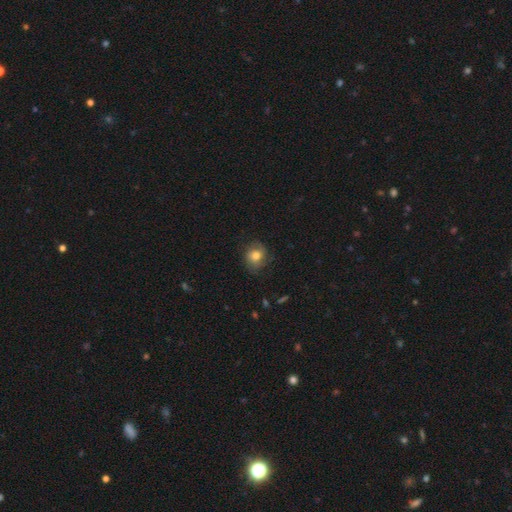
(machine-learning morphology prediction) Smooth or featured: smooth — 60% (featured or disk — 29%)
How rounded: round — 74% (in between — 24%)
Merging: none — 71% (minor disturbance — 20%)